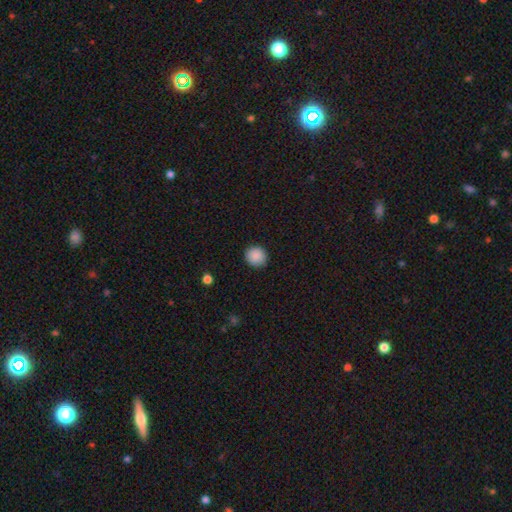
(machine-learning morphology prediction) Smooth or featured? smooth (89%)
How rounded? round (91%)
Merging? none (91%)